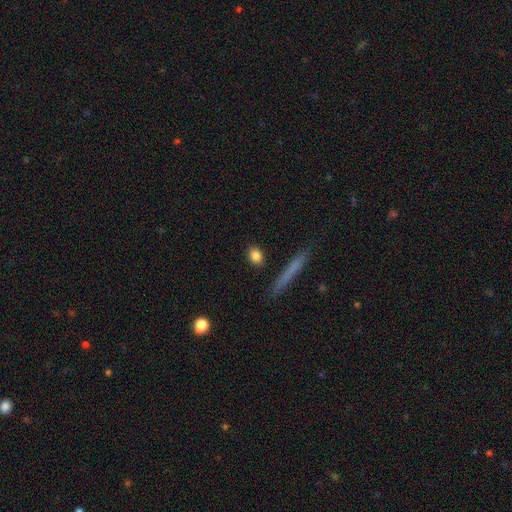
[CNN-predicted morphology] A smooth galaxy with no disk features (83%) that is in between round and cigar-shaped (53%). Merging: none (87%).